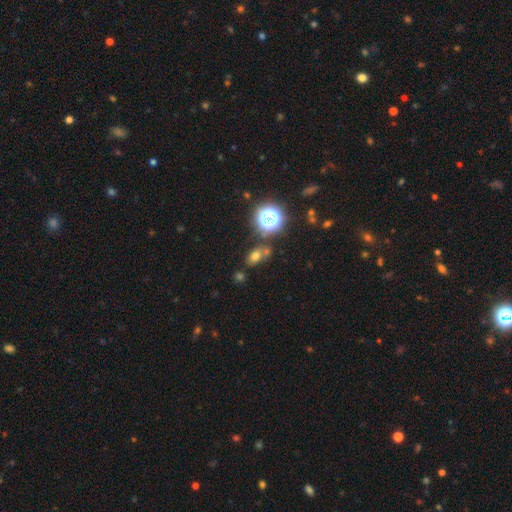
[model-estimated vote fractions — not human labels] Smooth or featured: smooth — 67% (star or artifact — 23%)
How rounded: in between — 68% (round — 30%)
Merging: none — 63% (merger — 17%)